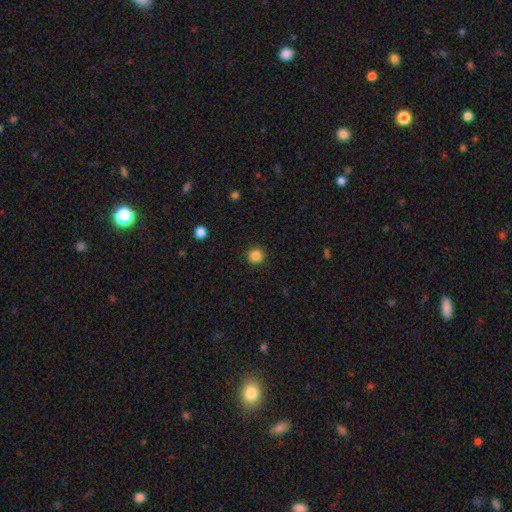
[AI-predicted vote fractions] This appears to be a smooth galaxy with no disk features (85%) that is round (95%). Merging: none (92%).